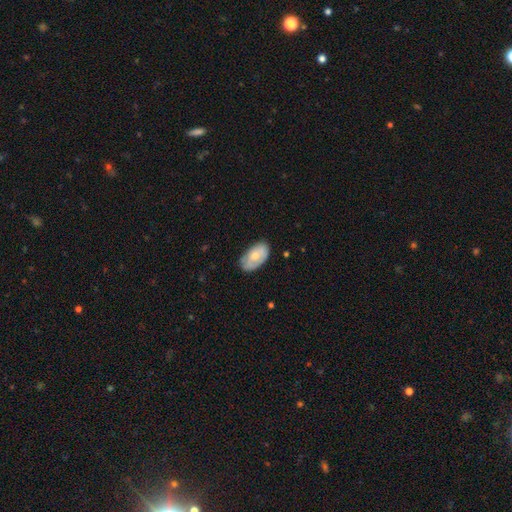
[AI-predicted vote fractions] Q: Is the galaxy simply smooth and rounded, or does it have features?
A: smooth — 68%.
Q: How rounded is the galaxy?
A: in between — 94%.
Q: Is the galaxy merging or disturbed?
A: none — 69%.